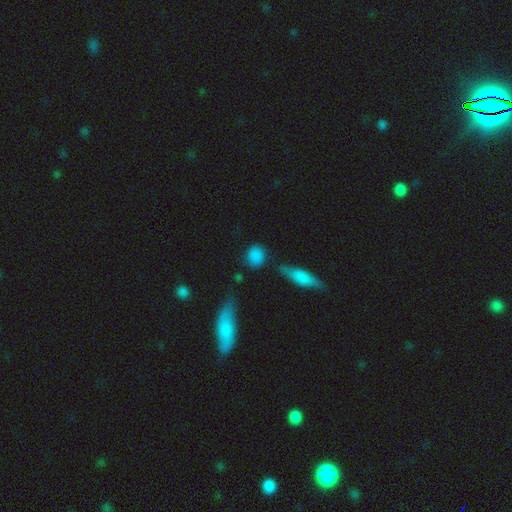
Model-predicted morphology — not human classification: smooth_or_featured: smooth (p=0.83) [alt: star or artifact p=0.09]
how_rounded: round (p=0.74) [alt: in between p=0.23]
merging: none (p=0.70) [alt: minor disturbance p=0.16]